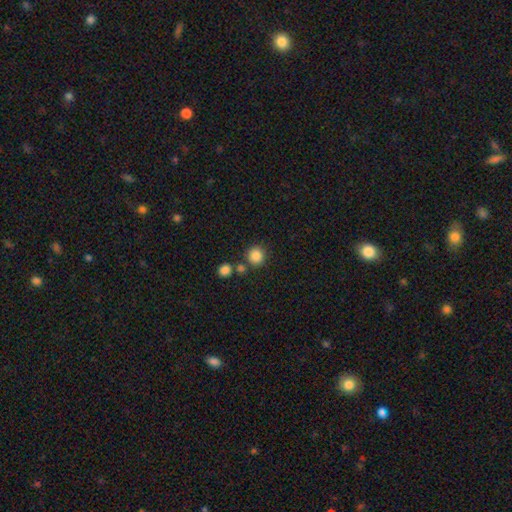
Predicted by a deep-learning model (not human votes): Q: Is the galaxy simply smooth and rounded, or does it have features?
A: smooth — 85%.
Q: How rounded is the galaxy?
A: round — 91%.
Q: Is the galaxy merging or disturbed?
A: none — 76%.